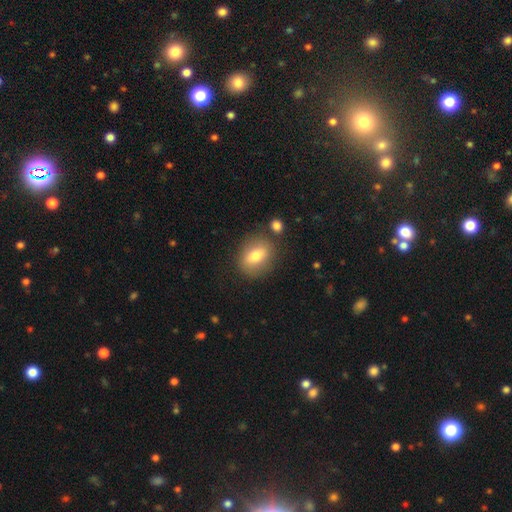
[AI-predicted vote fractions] This appears to be a smooth galaxy with no disk features (73%) that is in between round and cigar-shaped (64%). Merging: none (79%).